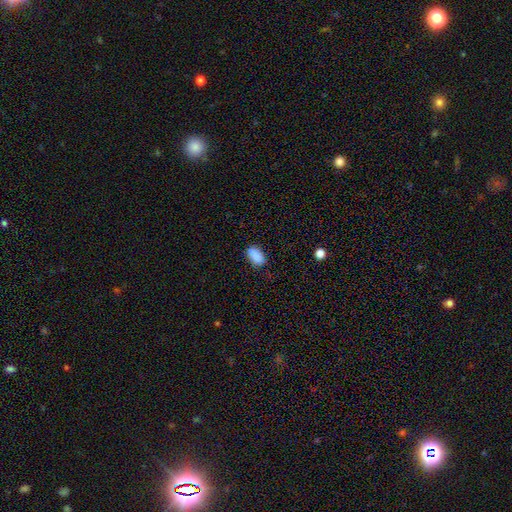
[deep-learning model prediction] This is clearly a smooth galaxy (89%). How rounded: clearly in between (91%). Merging: clearly none (84%).